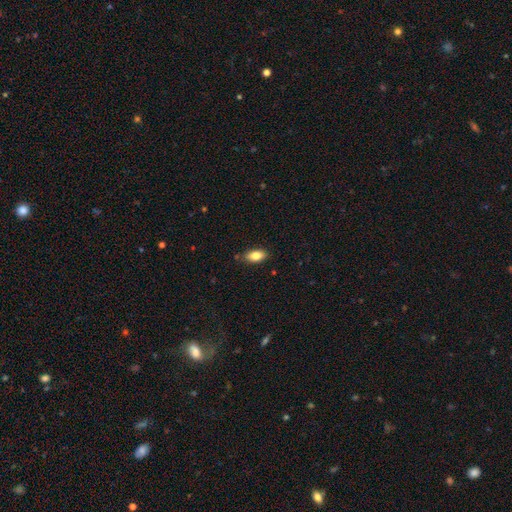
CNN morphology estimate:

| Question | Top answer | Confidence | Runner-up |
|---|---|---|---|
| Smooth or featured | smooth | 82% | featured or disk (11%) |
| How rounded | in between | 89% | cigar-shaped (6%) |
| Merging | none | 83% | minor disturbance (13%) |